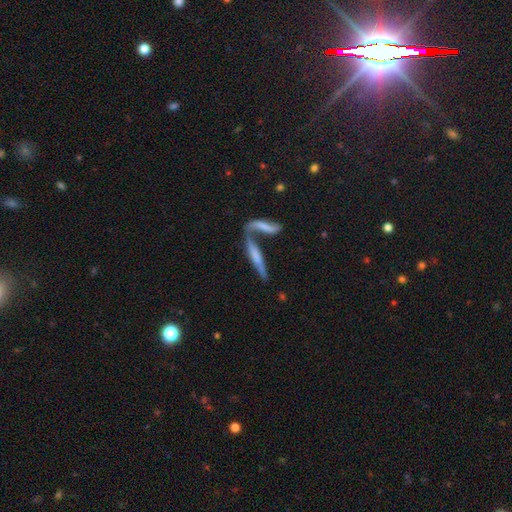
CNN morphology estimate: Overall: featured or disk (49%; smooth 42%). Merging: merger (52%; none 31%).